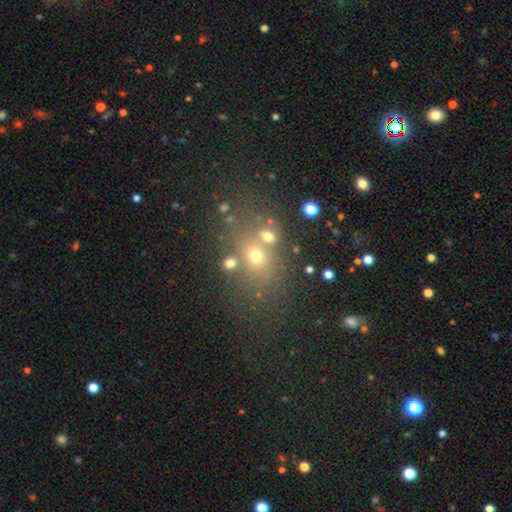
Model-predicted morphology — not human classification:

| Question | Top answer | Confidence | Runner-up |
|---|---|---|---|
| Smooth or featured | smooth | 57% | star or artifact (26%) |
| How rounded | in between | 50% | round (48%) |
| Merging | none | 59% | merger (21%) |